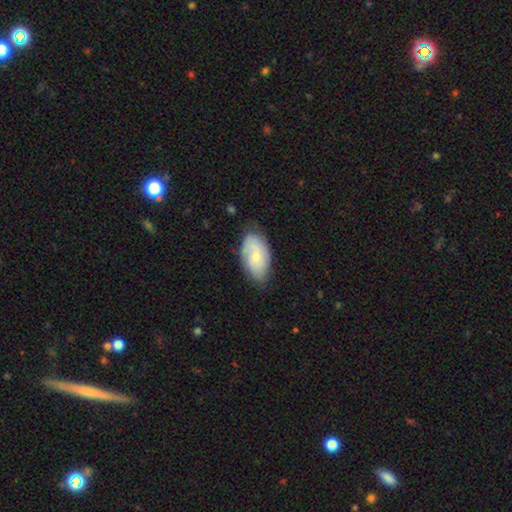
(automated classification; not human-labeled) A featured or disk galaxy (51%). Merging: none (72%).